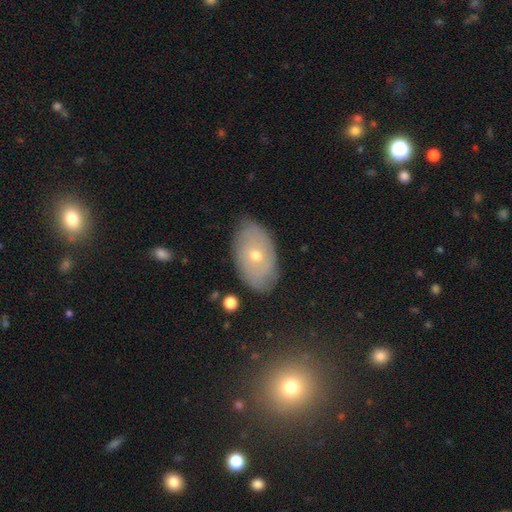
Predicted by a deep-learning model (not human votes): A featured or disk galaxy (49%).

Vote fractions:
- Smooth or featured? featured or disk: 49% / smooth: 42% / star or artifact: 9%
- Merging? none: 80% / minor disturbance: 15% / major disturbance: 4% / merger: 1%